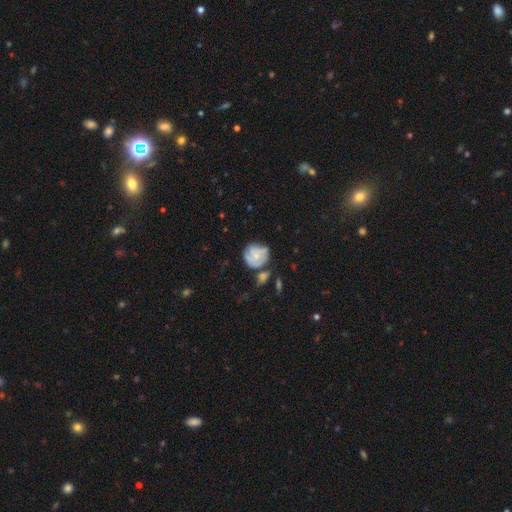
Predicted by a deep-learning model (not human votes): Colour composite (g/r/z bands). It shows a featured or disk galaxy (55%) with no bar (77%), spiral arms (71%) and a small central bulge (62%). Merging: none (47%).